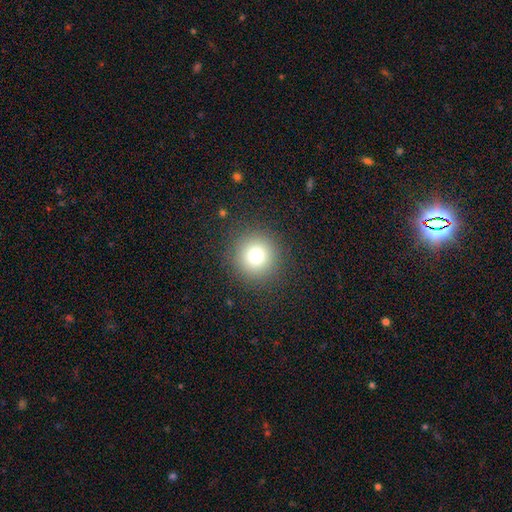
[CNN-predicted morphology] smooth-or-featured: smooth: 77% | star or artifact: 14% | featured or disk: 8%
  how-rounded: round: 95% | in between: 4% | cigar-shaped: 1%
  merging: none: 90% | minor disturbance: 6% | major disturbance: 3% | merger: 1%